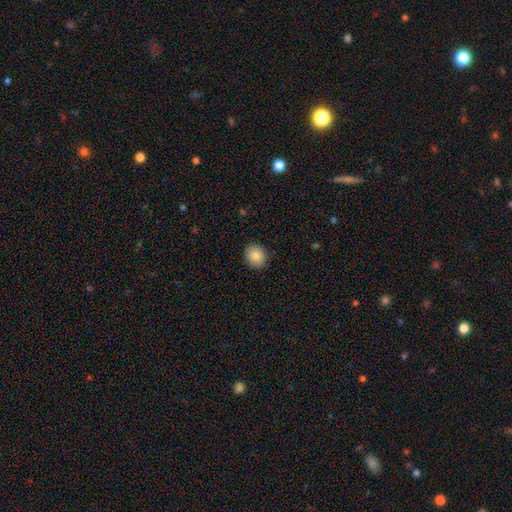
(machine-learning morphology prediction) Smooth or featured?
  - smooth: 85% *
  - star or artifact: 8%
  - featured or disk: 7%
How rounded?
  - round: 72% *
  - in between: 27%
  - cigar-shaped: 1%
Merging?
  - none: 89% *
  - minor disturbance: 8%
  - major disturbance: 2%
  - merger: 1%